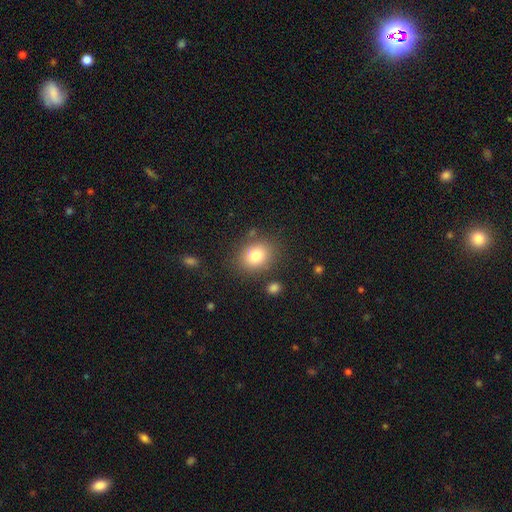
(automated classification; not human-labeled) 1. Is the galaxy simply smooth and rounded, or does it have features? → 79% smooth, 11% star or artifact, 10% featured or disk.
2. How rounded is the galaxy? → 55% round, 44% in between, 1% cigar-shaped.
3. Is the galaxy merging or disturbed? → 80% none, 11% minor disturbance, 4% merger, 4% major disturbance.